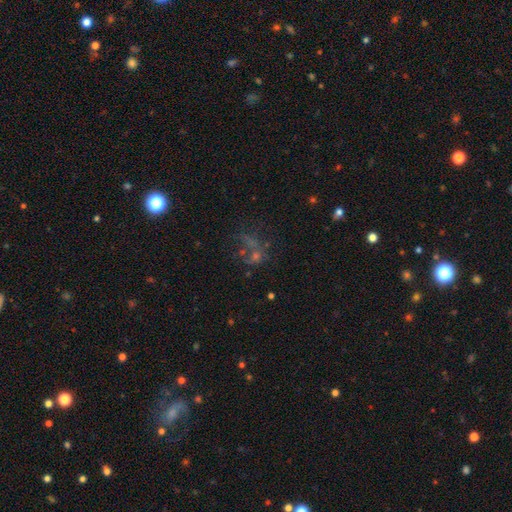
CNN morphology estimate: Q: Smooth or featured?
A: featured or disk (34%); tied with: star or artifact (34%)
Q: Merging?
A: none (39%); runner-up: major disturbance (29%)